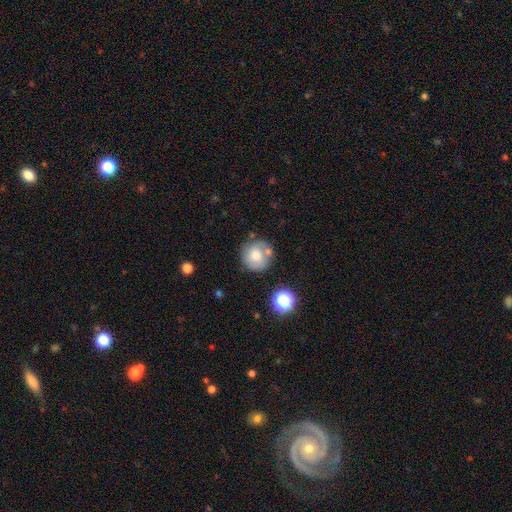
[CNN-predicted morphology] A smooth galaxy with no disk features (66%) that is round (91%).

Vote fractions:
- Smooth or featured? smooth: 66% / featured or disk: 24% / star or artifact: 10%
- How rounded? round: 91% / in between: 8% / cigar-shaped: 1%
- Merging? none: 65% / minor disturbance: 17% / merger: 12% / major disturbance: 6%